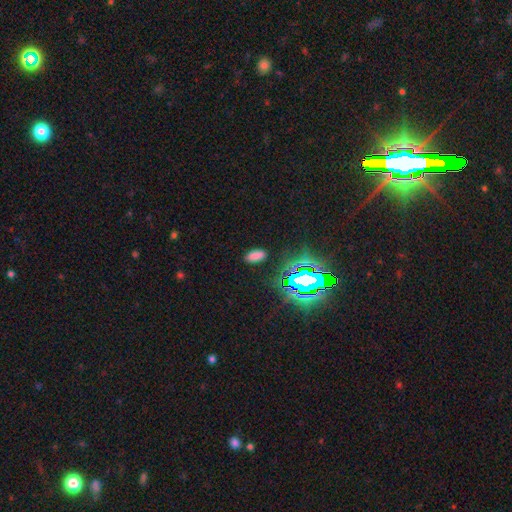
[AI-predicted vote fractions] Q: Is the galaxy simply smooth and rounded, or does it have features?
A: smooth — 71%.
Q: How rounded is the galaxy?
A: in between — 89%.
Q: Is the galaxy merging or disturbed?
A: none — 87%.